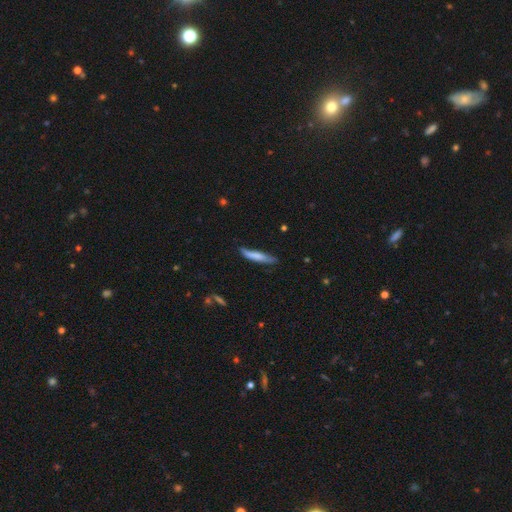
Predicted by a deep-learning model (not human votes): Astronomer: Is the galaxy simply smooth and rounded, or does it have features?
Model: smooth — 70%.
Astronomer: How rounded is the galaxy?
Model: cigar-shaped — 89%.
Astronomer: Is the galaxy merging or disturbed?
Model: none — 63%.